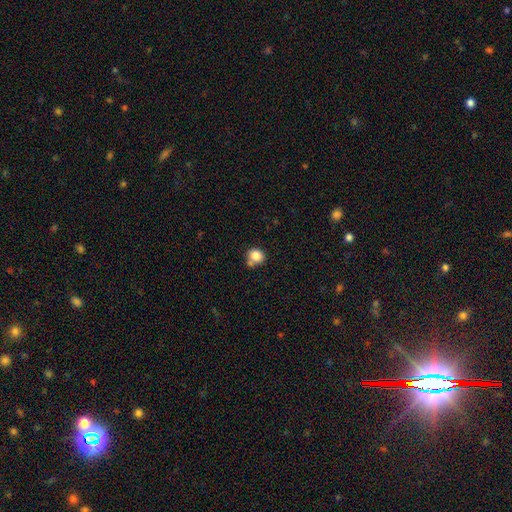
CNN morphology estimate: Smooth or featured: smooth — 84% (star or artifact — 10%)
How rounded: round — 82% (in between — 17%)
Merging: none — 62% (minor disturbance — 17%)